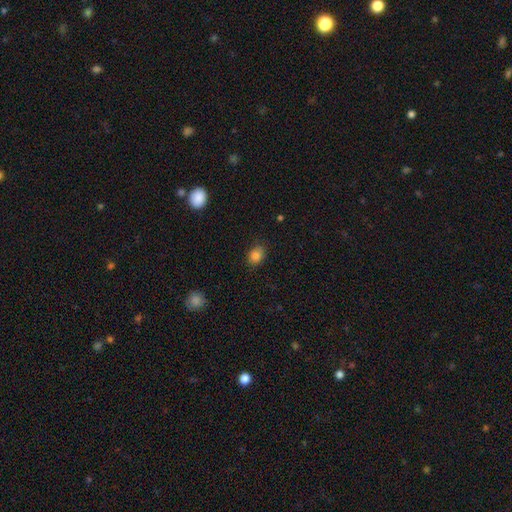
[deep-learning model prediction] smooth 84%, star or artifact 11%, featured or disk 5%. Down the decision tree: how rounded — in between (62%); merging — none (81%).